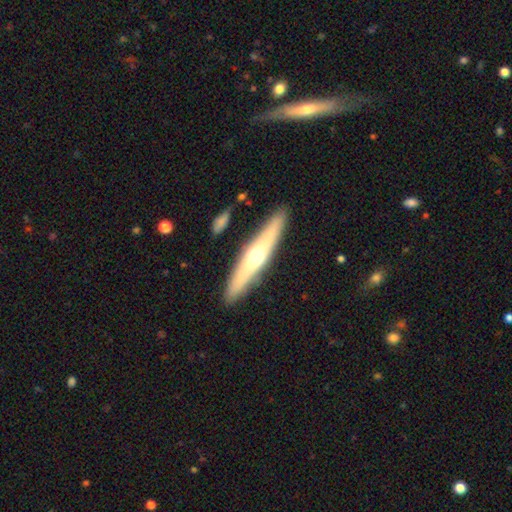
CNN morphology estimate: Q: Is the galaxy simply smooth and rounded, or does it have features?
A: featured or disk — 54%.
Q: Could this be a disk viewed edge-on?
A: yes — 90%.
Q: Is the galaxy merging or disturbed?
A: none — 89%.